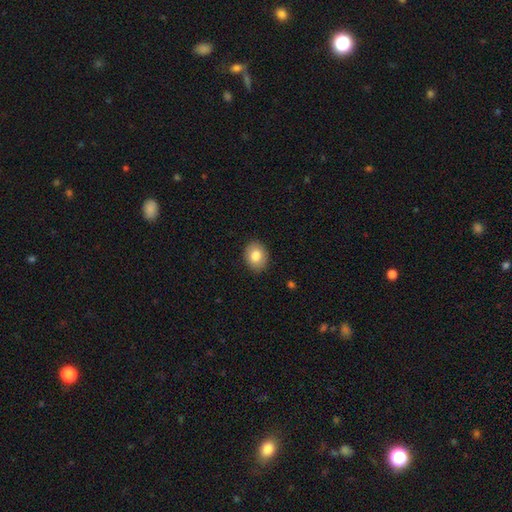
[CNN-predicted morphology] type=smooth (81%); roundness=in between (56%); merging=none (88%).